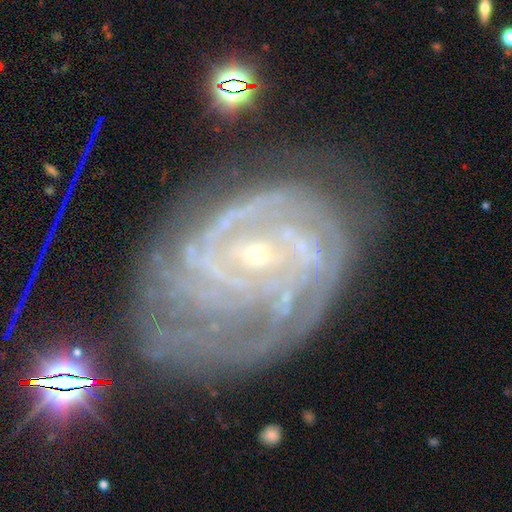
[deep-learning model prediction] A featured or disk galaxy (89%) with no bar (52%), tight (74%) spiral arms (97%) and a small central bulge (85%). Merging: none (56%).